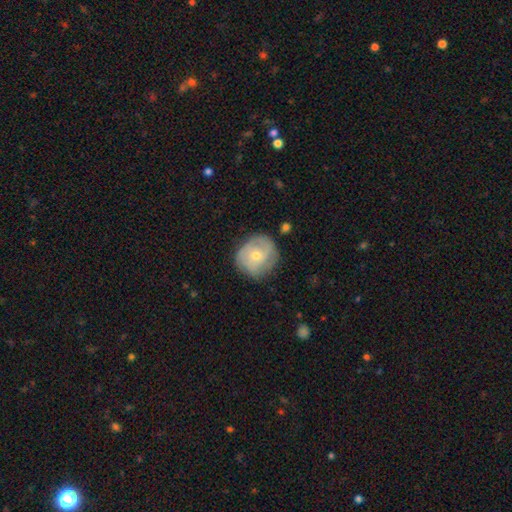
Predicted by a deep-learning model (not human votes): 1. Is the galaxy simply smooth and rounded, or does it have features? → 49% featured or disk, 44% smooth, 7% star or artifact.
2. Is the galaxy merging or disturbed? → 69% none, 22% minor disturbance, 7% major disturbance, 2% merger.